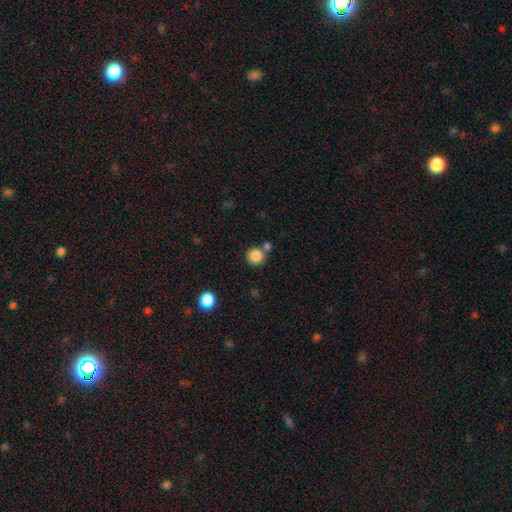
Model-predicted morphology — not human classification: smooth_or_featured: smooth (p=0.86) [alt: star or artifact p=0.10]
how_rounded: round (p=0.93) [alt: in between p=0.06]
merging: none (p=0.73) [alt: merger p=0.16]